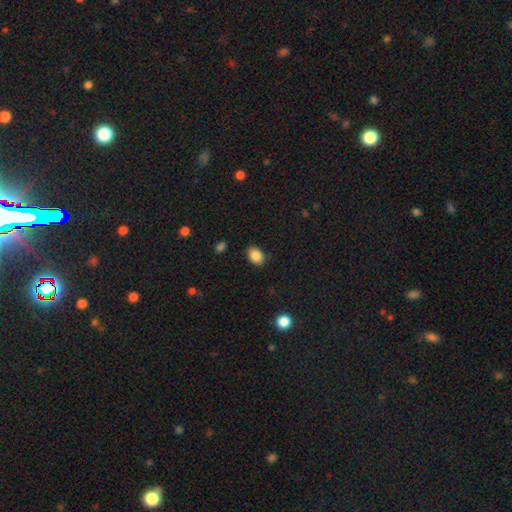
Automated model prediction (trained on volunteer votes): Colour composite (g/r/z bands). It shows a smooth galaxy with no disk features (86%) that is in between round and cigar-shaped (69%). Merging: none (85%).